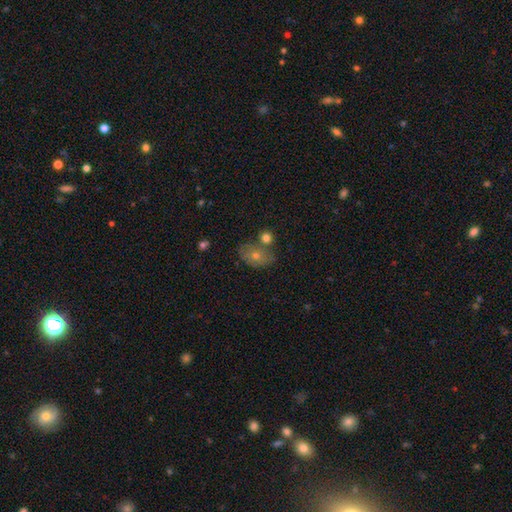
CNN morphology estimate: Smooth or featured: smooth — 57% (featured or disk — 28%)
How rounded: in between — 65% (round — 34%)
Merging: none — 62% (merger — 17%)